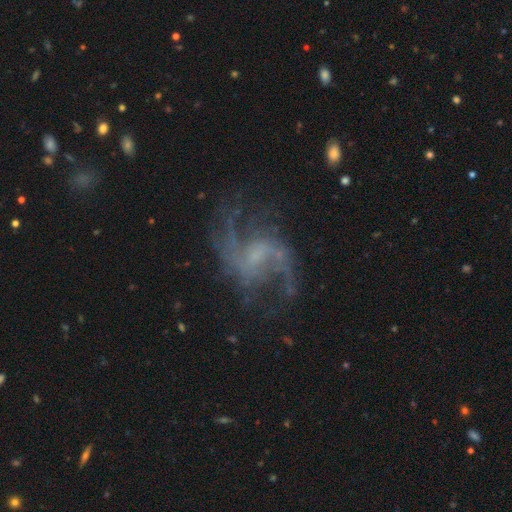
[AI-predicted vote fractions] This is clearly a featured or disk galaxy (87%). It is clearly not viewed edge-on (98%). Bar: possibly weak (51%). Spiral arm pattern: clearly yes (95%). Spiral arm count: likely 2 (80%). Spiral winding: likely loose (62%). Central bulge: possibly small (45%). Merging: likely none (66%).